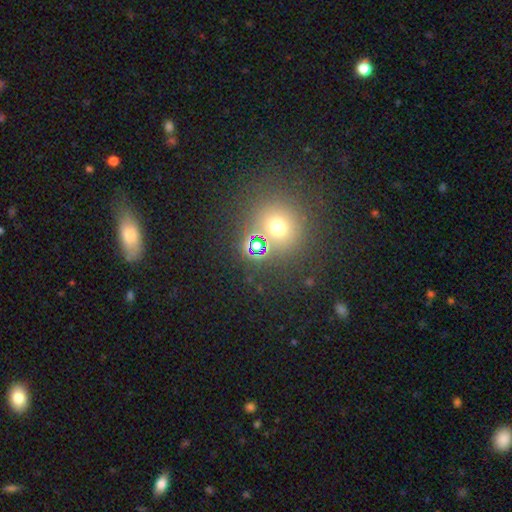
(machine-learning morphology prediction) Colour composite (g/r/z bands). It shows a smooth galaxy with no disk features (57%) that is round (85%). Merging: none (61%).